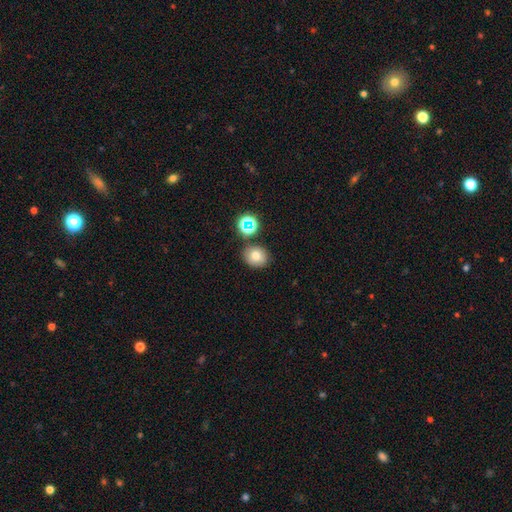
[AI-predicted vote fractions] Smooth or featured? smooth (73%)
How rounded? round (67%)
Merging? none (77%)